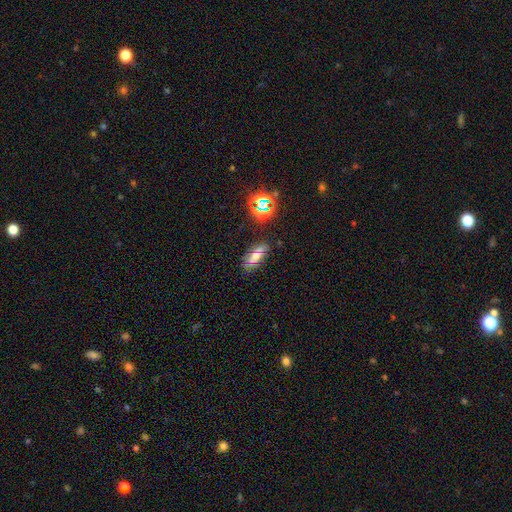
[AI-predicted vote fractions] A smooth galaxy with no disk features (47%).

Vote fractions:
- Smooth or featured? smooth: 47% / featured or disk: 30% / star or artifact: 23%
- Merging? none: 73% / minor disturbance: 18% / major disturbance: 6% / merger: 4%